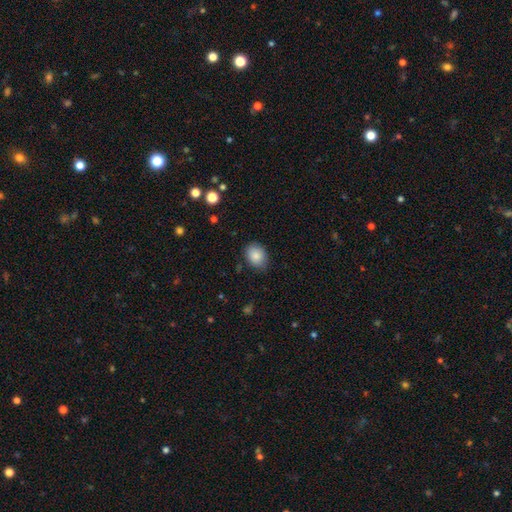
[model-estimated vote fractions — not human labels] Smooth or featured? Predicted: smooth (p=0.87). How rounded? Predicted: in between (p=0.62). Merging? Predicted: none (p=0.81).